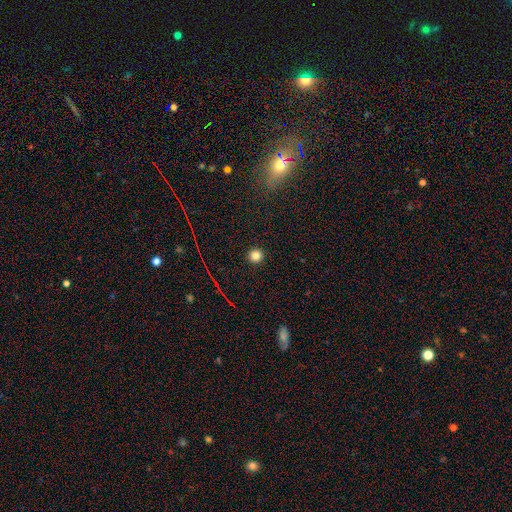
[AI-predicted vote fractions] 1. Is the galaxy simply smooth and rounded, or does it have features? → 80% smooth, 14% star or artifact, 6% featured or disk.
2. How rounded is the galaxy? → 94% round, 5% in between, 1% cigar-shaped.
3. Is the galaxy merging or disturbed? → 93% none, 4% minor disturbance, 2% major disturbance, 1% merger.